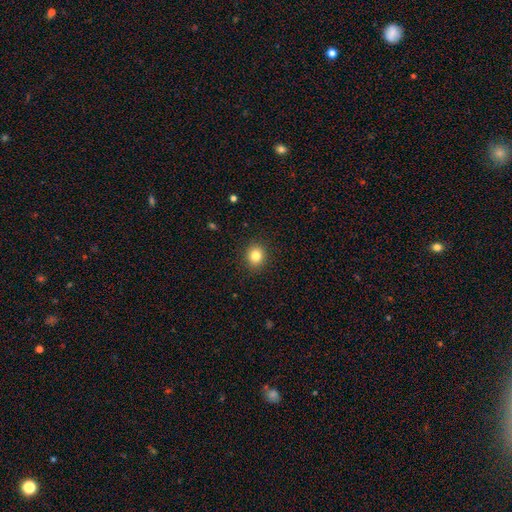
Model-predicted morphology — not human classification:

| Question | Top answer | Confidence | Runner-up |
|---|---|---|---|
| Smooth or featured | smooth | 82% | star or artifact (11%) |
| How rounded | round | 80% | in between (19%) |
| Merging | none | 91% | minor disturbance (6%) |